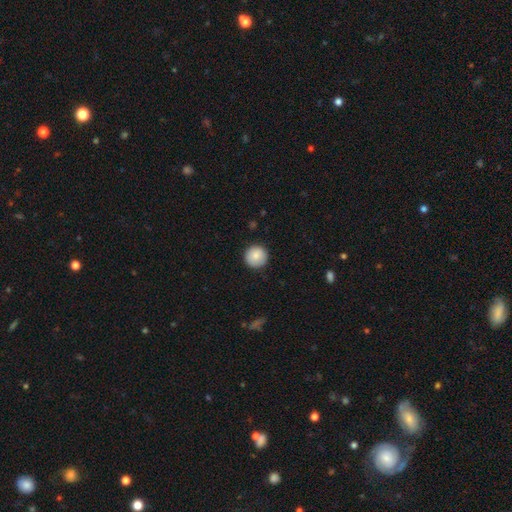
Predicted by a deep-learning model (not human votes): This is clearly a smooth galaxy (86%). How rounded: clearly round (95%). Merging: clearly none (89%).